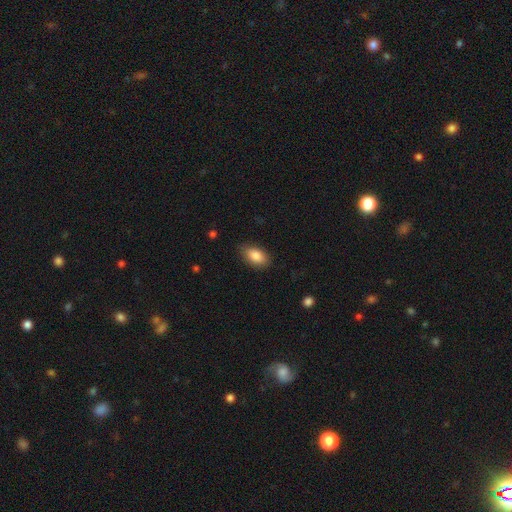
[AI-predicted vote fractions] The model was most divided on "merging": none: 80%, minor disturbance: 16%, major disturbance: 3%, merger: 1%. More confident: how rounded — in between (92%); smooth or featured — smooth (85%).